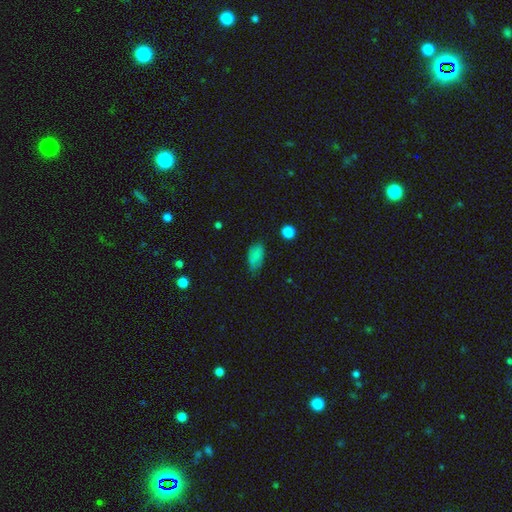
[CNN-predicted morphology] A smooth galaxy with no disk features (81%) that is in between round and cigar-shaped (90%).

Vote fractions:
- Smooth or featured? smooth: 81% / star or artifact: 11% / featured or disk: 8%
- How rounded? in between: 90% / round: 5% / cigar-shaped: 4%
- Merging? none: 61% / minor disturbance: 31% / major disturbance: 7% / merger: 2%